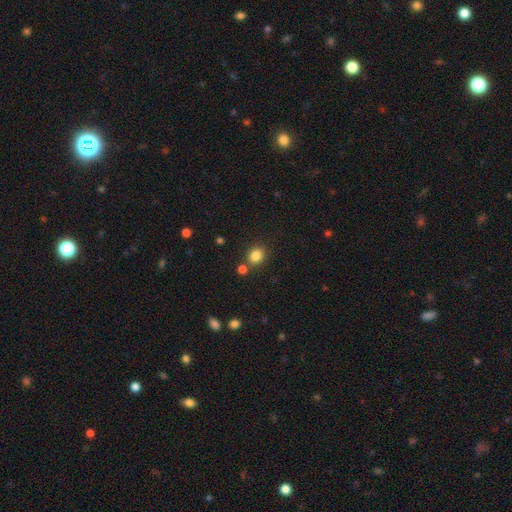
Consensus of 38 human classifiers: Smooth or featured?
  - smooth: 89% *
  - star or artifact: 8%
  - featured or disk: 3%
How rounded?
  - round: 76% *
  - in between: 24%
  - cigar-shaped: 0%
Merging?
  - none: 63% *
  - merger: 20%
  - minor disturbance: 9%
  - major disturbance: 9%